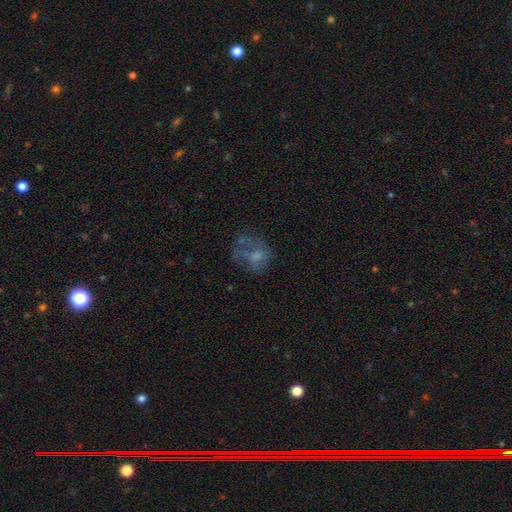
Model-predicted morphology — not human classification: Q: Smooth or featured?
A: smooth (47%); runner-up: featured or disk (38%)
Q: Merging?
A: none (38%); runner-up: major disturbance (37%)